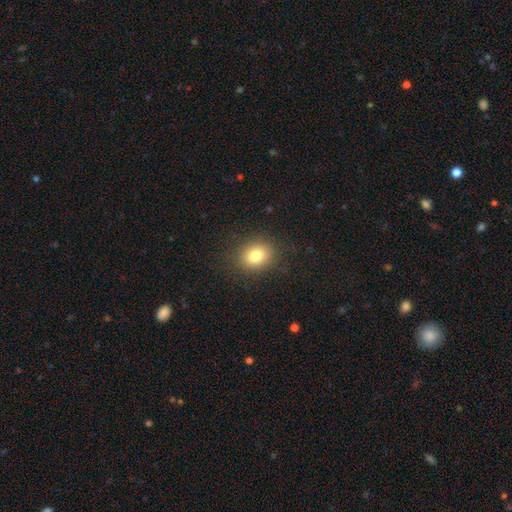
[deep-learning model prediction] smooth 80%, star or artifact 11%, featured or disk 9%. Down the decision tree: how rounded — round (53%); merging — none (88%).